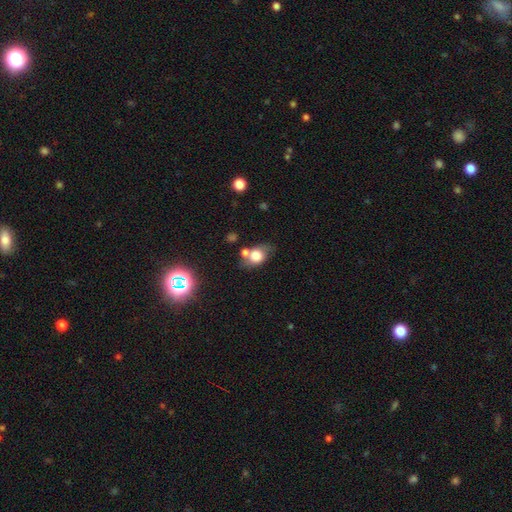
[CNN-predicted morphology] Smooth or featured? smooth (71%)
How rounded? in between (63%)
Merging? none (53%)